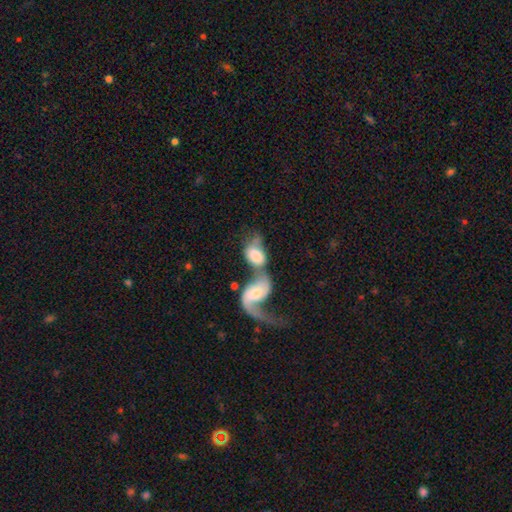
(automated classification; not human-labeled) Smooth or featured: smooth — 53% (featured or disk — 40%)
How rounded: in between — 86% (round — 11%)
Merging: merger — 75% (major disturbance — 12%)